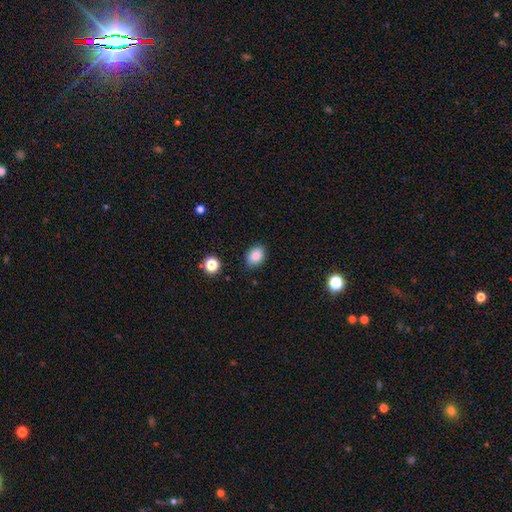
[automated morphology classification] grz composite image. It shows a smooth galaxy with no disk features (86%) that is in between round and cigar-shaped (73%). Merging: none (84%).